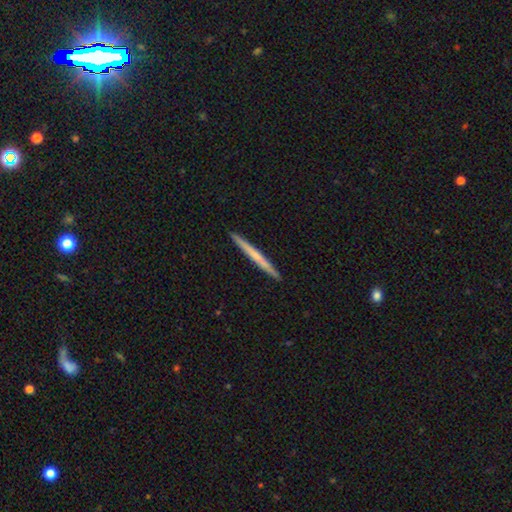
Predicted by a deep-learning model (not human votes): This is possibly a smooth galaxy (52%). How rounded: clearly cigar-shaped (97%). Merging: clearly none (93%).